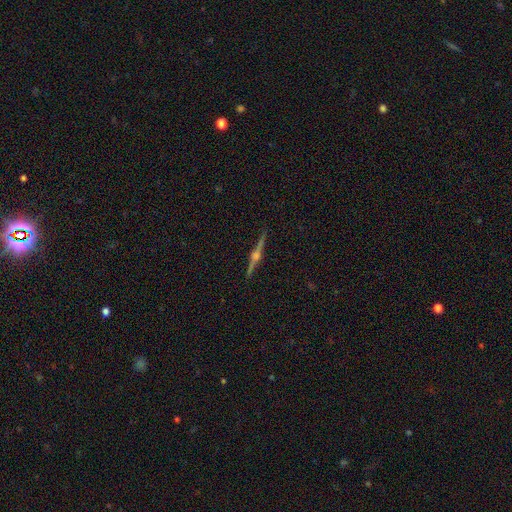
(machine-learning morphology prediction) The model was most divided on "smooth or featured": featured or disk: 87%, smooth: 7%, star or artifact: 6%. More confident: edge-on disk — yes (98%); edge-on bulge — rounded (93%); merging — none (92%).